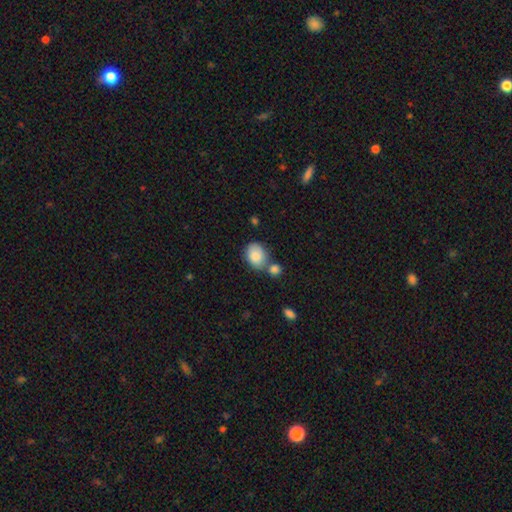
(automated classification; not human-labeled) This is clearly a smooth galaxy (85%). How rounded: likely in between (68%). Merging: possibly none (50%).